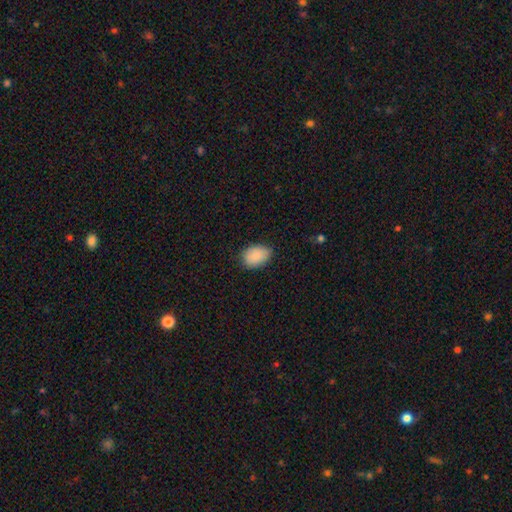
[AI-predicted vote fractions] Smooth or featured: smooth — 88% (star or artifact — 7%)
How rounded: in between — 81% (round — 18%)
Merging: none — 76% (minor disturbance — 20%)